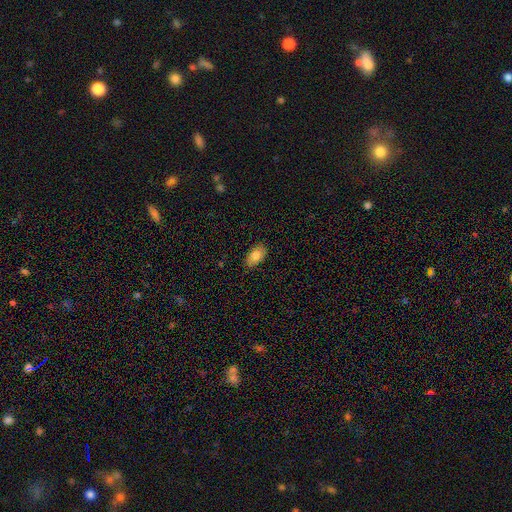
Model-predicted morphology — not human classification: Smooth or featured? smooth (80%)
How rounded? in between (92%)
Merging? none (82%)